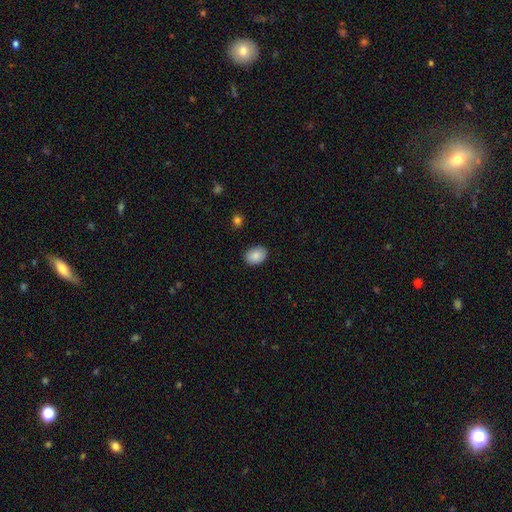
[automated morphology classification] type=smooth (88%); roundness=in between (75%); merging=none (88%).